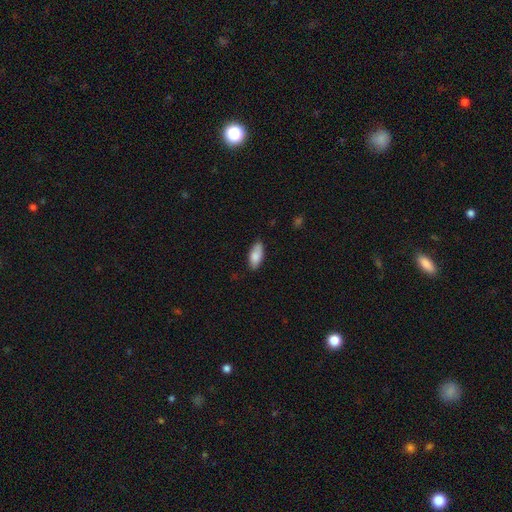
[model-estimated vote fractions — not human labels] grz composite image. It shows a smooth galaxy with no disk features (84%) that is in between round and cigar-shaped (85%). Merging: none (82%).